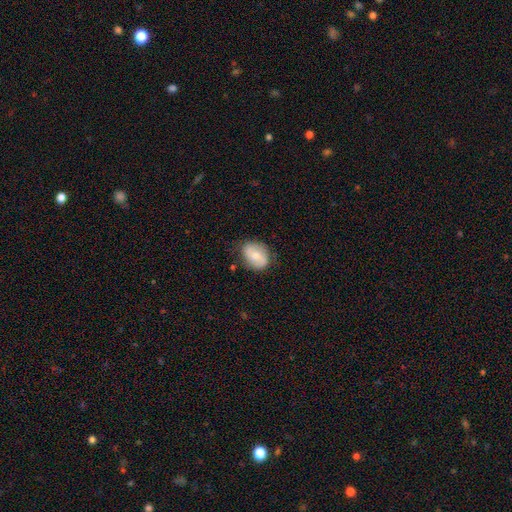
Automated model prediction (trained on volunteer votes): The model was most divided on "smooth or featured": smooth: 57%, featured or disk: 36%, star or artifact: 7%. More confident: merging — none (74%); how rounded — in between (65%).